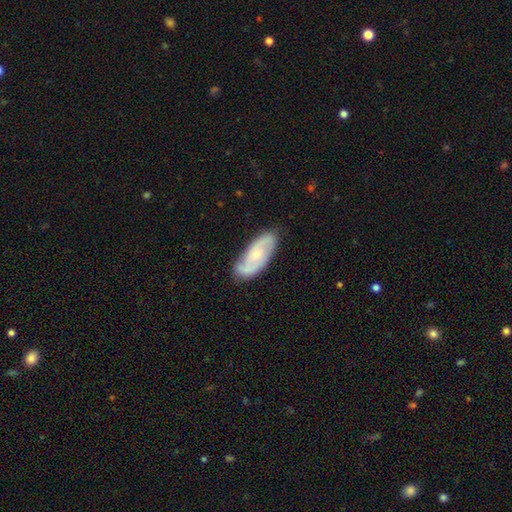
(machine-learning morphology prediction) smooth_or_featured: featured or disk (p=0.68) [alt: smooth p=0.26]
disk_edge_on: no (p=0.92) [alt: yes p=0.08]
bar: no (p=0.68) [alt: weak p=0.27]
has_spiral_arms: yes (p=0.89) [alt: no p=0.11]
spiral_winding: medium (p=0.44) [alt: tight p=0.35]
spiral_arm_count: 2 (p=0.76) [alt: can't tell p=0.14]
bulge_size: small (p=0.68) [alt: moderate p=0.27]
merging: none (p=0.77) [alt: minor disturbance p=0.17]